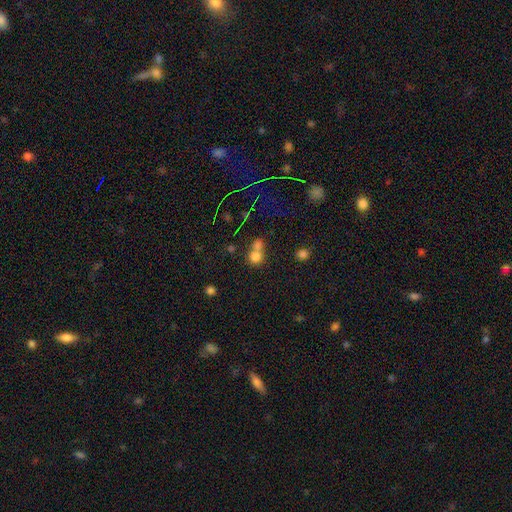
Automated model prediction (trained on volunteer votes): Overall: smooth (76%). How rounded: round (84%). Merging: merger (53%; none 38%).